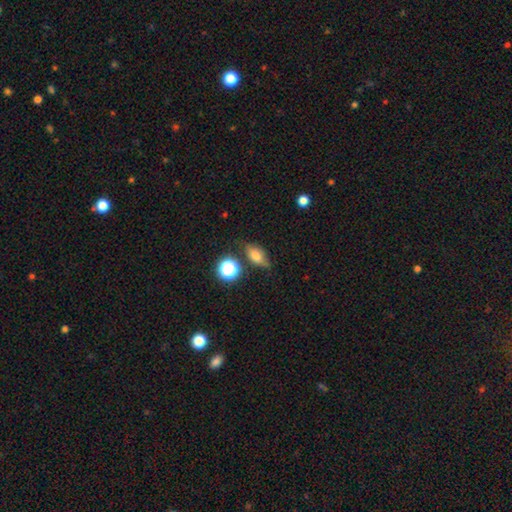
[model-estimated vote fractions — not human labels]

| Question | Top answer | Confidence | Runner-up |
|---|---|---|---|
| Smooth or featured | smooth | 68% | featured or disk (19%) |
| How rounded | in between | 76% | round (16%) |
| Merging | none | 65% | minor disturbance (24%) |